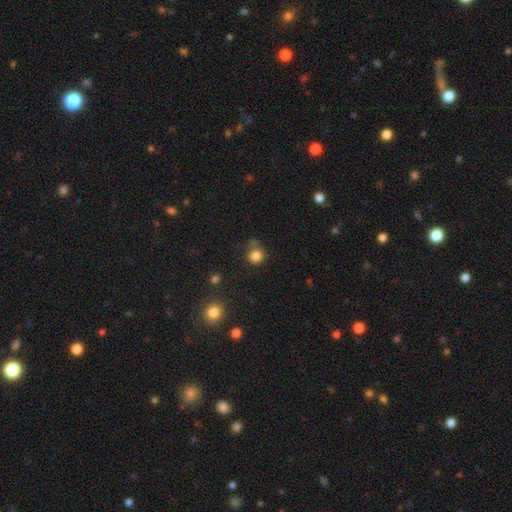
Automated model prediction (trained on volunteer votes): Smooth or featured? Predicted: smooth (p=0.82). How rounded? Predicted: round (p=0.89). Merging? Predicted: none (p=0.67).